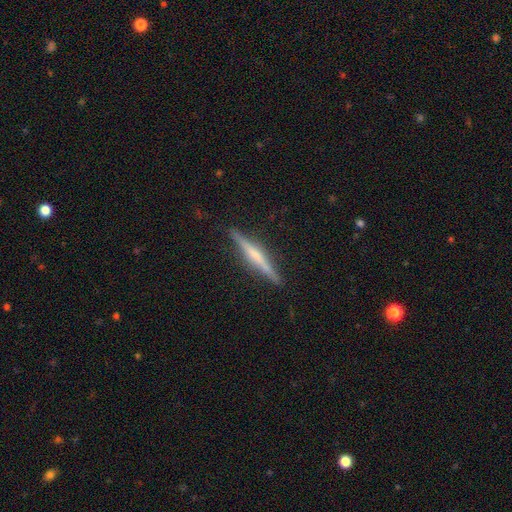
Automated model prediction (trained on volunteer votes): Smooth or featured? Predicted: featured or disk (p=0.70). Edge-on disk? Predicted: yes (p=0.98). Edge-on bulge? Predicted: rounded (p=0.49). Merging? Predicted: none (p=0.90).